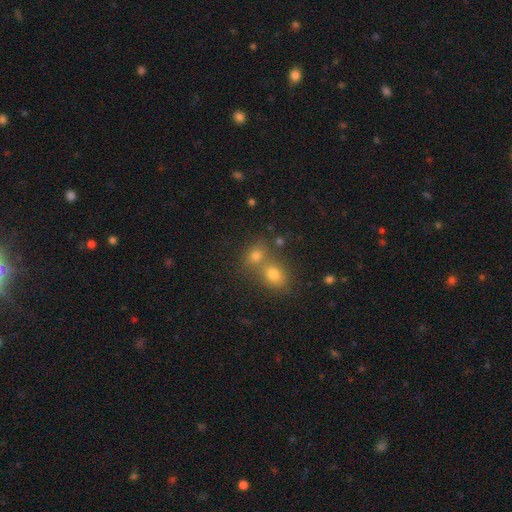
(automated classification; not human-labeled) A smooth galaxy with no disk features (74%) that is round (60%).

Vote fractions:
- Smooth or featured? smooth: 74% / star or artifact: 16% / featured or disk: 10%
- How rounded? round: 60% / in between: 38% / cigar-shaped: 1%
- Merging? merger: 52% / none: 38% / minor disturbance: 7% / major disturbance: 3%